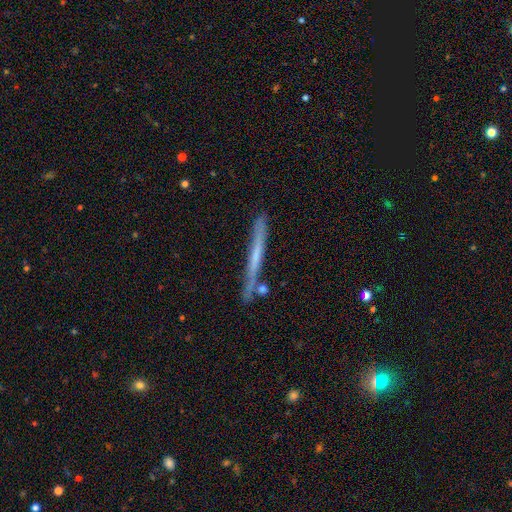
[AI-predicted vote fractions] Morphology: type=featured or disk (53%); edge-on=yes (96%); edge-on bulge=none (81%); merging=none (81%).